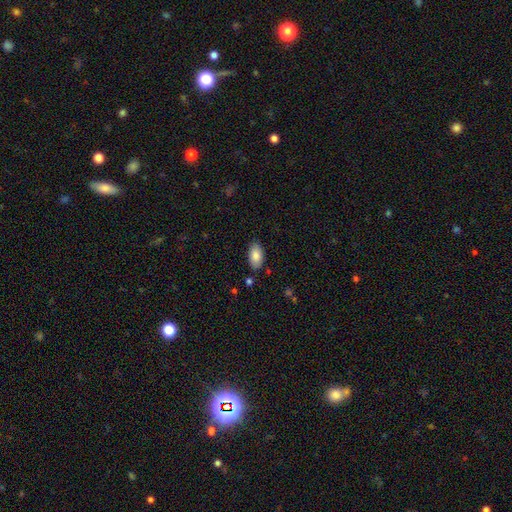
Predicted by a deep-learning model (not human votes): Overall: smooth (85%). How rounded: in between (94%). Merging: none (85%).